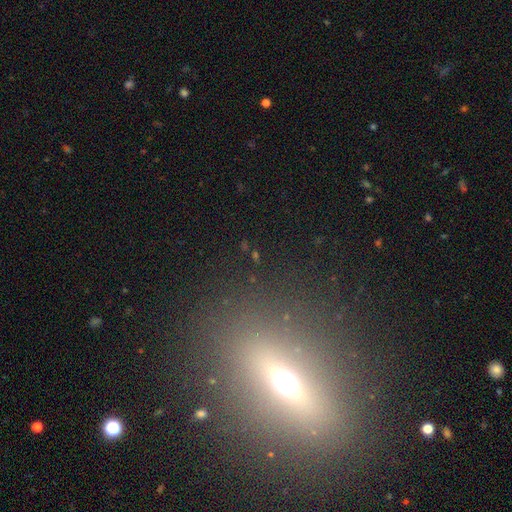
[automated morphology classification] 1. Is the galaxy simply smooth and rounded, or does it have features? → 54% star or artifact, 31% smooth, 15% featured or disk.